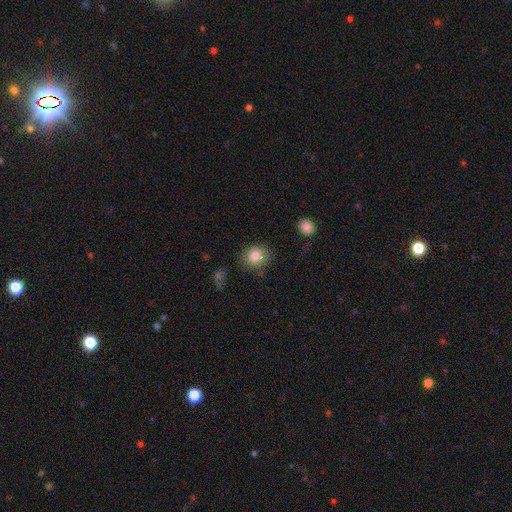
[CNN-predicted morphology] type=smooth (83%); roundness=round (79%); merging=none (79%).